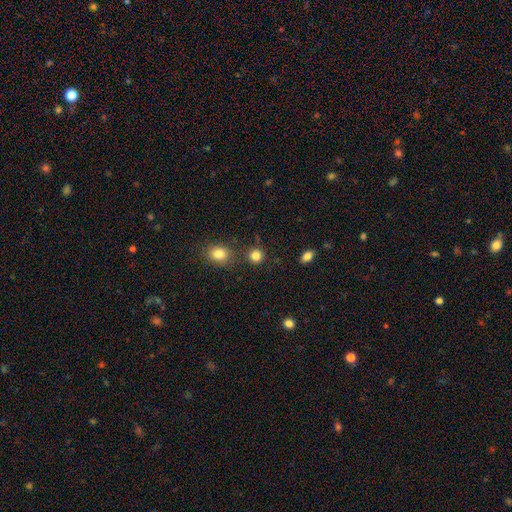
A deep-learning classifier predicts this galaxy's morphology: Smooth or featured? Predicted: smooth (p=0.84). How rounded? Predicted: round (p=0.89). Merging? Predicted: none (p=0.81).